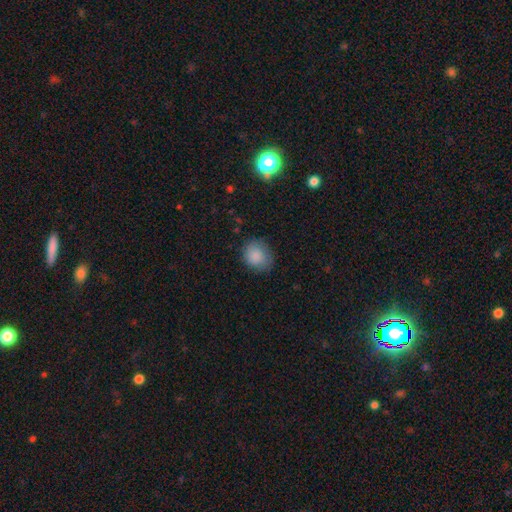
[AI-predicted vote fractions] Morphology: type=smooth (87%); roundness=round (63%); merging=none (76%).